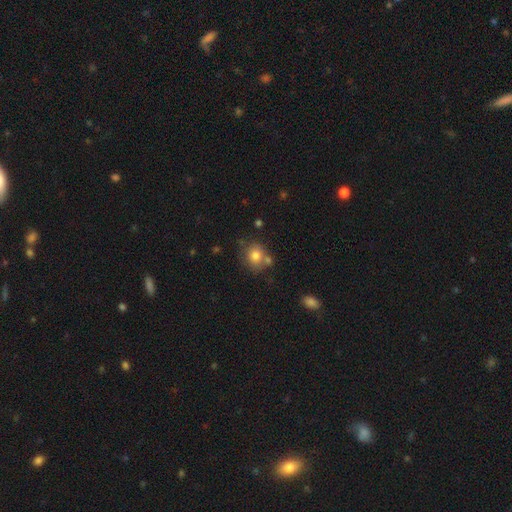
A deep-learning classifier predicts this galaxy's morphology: This is likely a smooth galaxy (79%). How rounded: likely round (75%). Merging: likely none (62%).